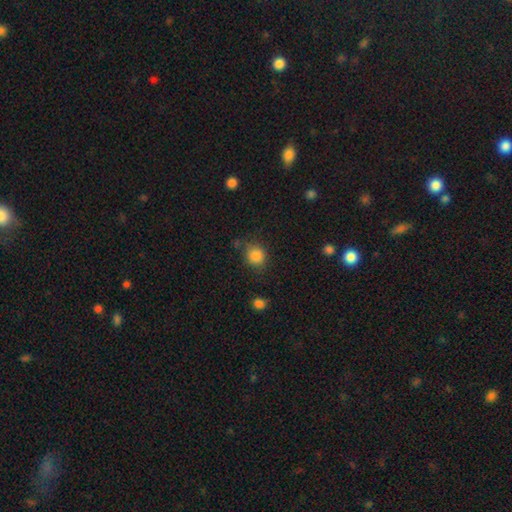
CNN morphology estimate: A smooth galaxy with no disk features (86%) that is round (81%). Merging: none (76%).